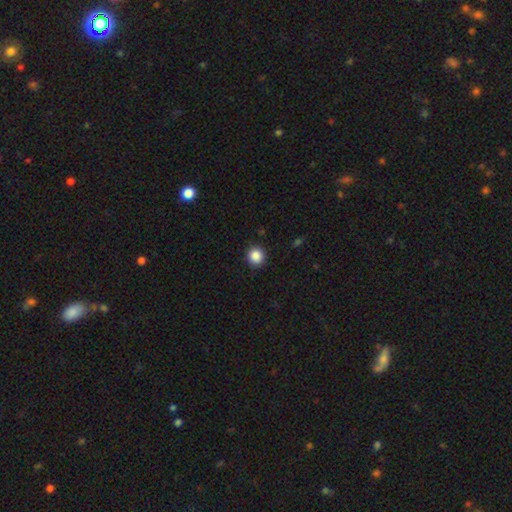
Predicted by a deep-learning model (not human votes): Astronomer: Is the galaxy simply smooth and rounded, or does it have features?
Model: smooth — 87%.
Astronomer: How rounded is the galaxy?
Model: round — 92%.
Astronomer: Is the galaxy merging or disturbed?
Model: none — 91%.